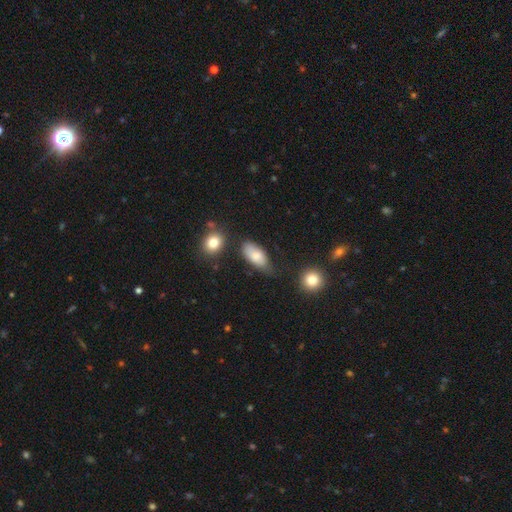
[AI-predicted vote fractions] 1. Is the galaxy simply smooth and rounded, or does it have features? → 79% smooth, 14% featured or disk, 7% star or artifact.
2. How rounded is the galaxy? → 90% in between, 6% cigar-shaped, 4% round.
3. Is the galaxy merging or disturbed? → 54% none, 31% minor disturbance, 9% major disturbance, 7% merger.